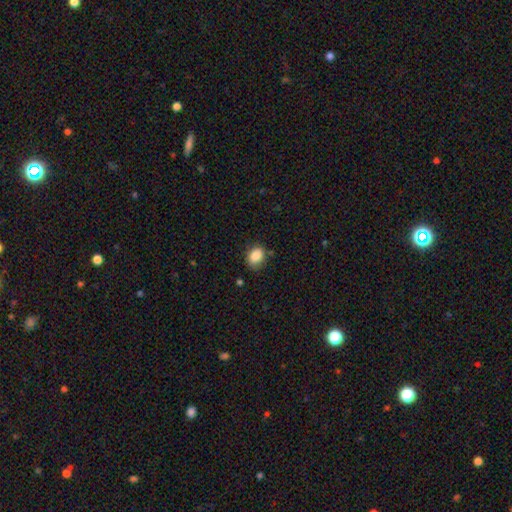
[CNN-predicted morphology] A smooth galaxy with no disk features (87%) that is in between round and cigar-shaped (59%).

Vote fractions:
- Smooth or featured? smooth: 87% / star or artifact: 9% / featured or disk: 4%
- How rounded? in between: 59% / round: 40% / cigar-shaped: 1%
- Merging? none: 73% / minor disturbance: 21% / major disturbance: 4% / merger: 2%